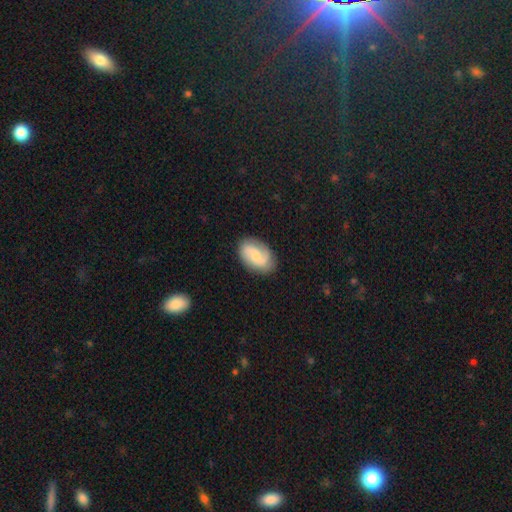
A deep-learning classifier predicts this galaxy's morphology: featured or disk 55%, smooth 38%, star or artifact 7%. Down the decision tree: edge-on disk — no (97%); bar — no (49%); spiral arms — yes (92%); bulge size — small (49%); merging — none (79%).